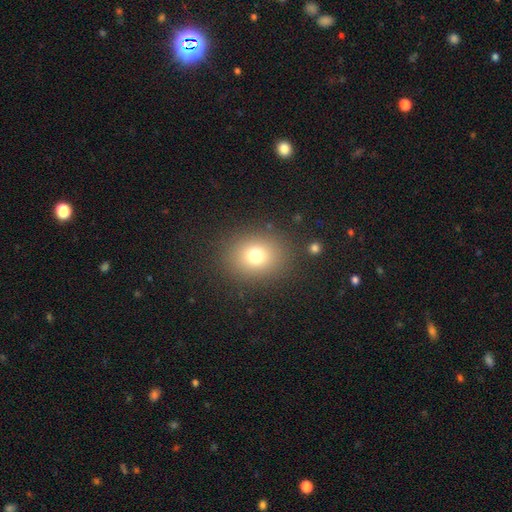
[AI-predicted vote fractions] Smooth or featured?
  - smooth: 74% *
  - star or artifact: 16%
  - featured or disk: 11%
How rounded?
  - round: 68% *
  - in between: 31%
  - cigar-shaped: 1%
Merging?
  - none: 86% *
  - minor disturbance: 8%
  - major disturbance: 4%
  - merger: 2%